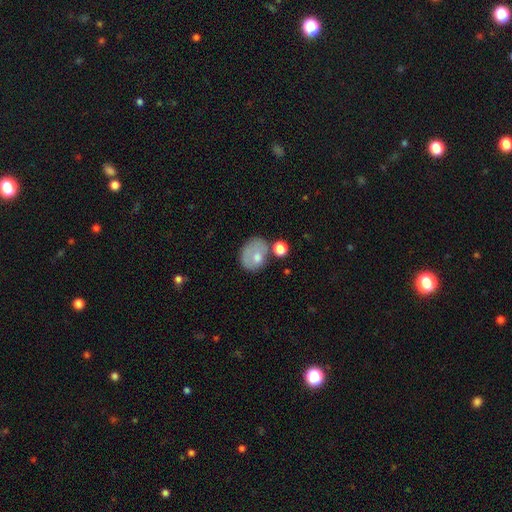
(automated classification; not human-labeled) Smooth or featured? smooth (66%)
How rounded? in between (57%)
Merging? none (42%)